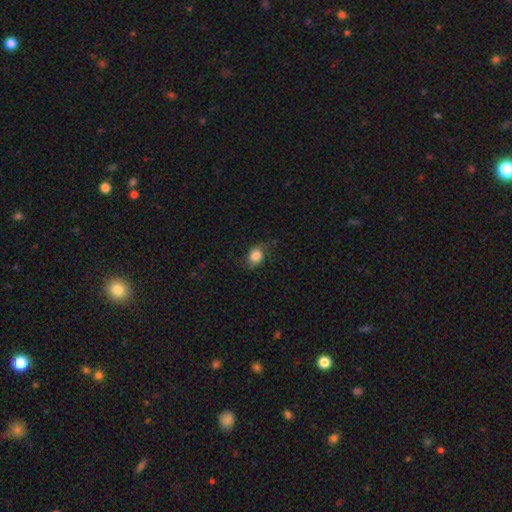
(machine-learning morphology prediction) The model was most divided on "how rounded": in between: 54%, round: 45%, cigar-shaped: 1%. More confident: smooth or featured — smooth (80%); merging — none (67%).